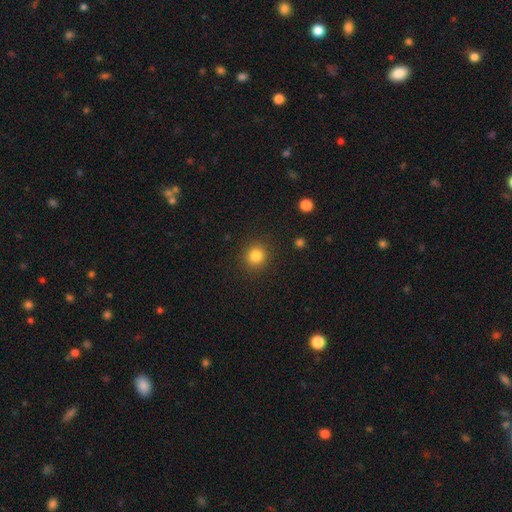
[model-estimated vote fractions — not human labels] Smooth or featured: smooth — 84% (star or artifact — 12%)
How rounded: round — 90% (in between — 9%)
Merging: none — 90% (minor disturbance — 6%)